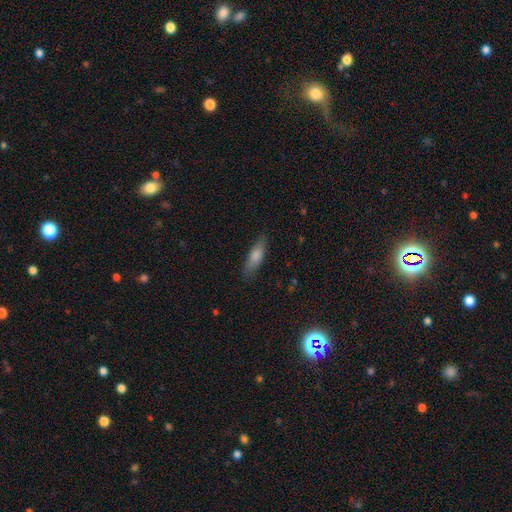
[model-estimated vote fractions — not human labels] Smooth or featured?
  - smooth: 77% *
  - featured or disk: 17%
  - star or artifact: 6%
How rounded?
  - cigar-shaped: 51% *
  - in between: 47%
  - round: 2%
Merging?
  - none: 80% *
  - minor disturbance: 15%
  - major disturbance: 4%
  - merger: 1%